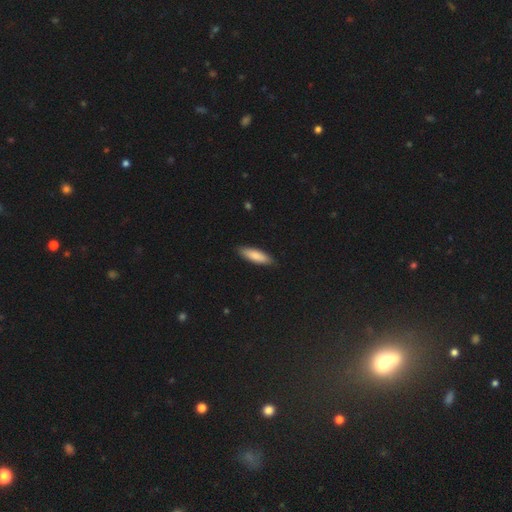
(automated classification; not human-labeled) Q: Smooth or featured?
A: smooth (83%); runner-up: featured or disk (11%)
Q: How rounded?
A: cigar-shaped (58%); runner-up: in between (41%)
Q: Merging?
A: none (88%); runner-up: minor disturbance (9%)